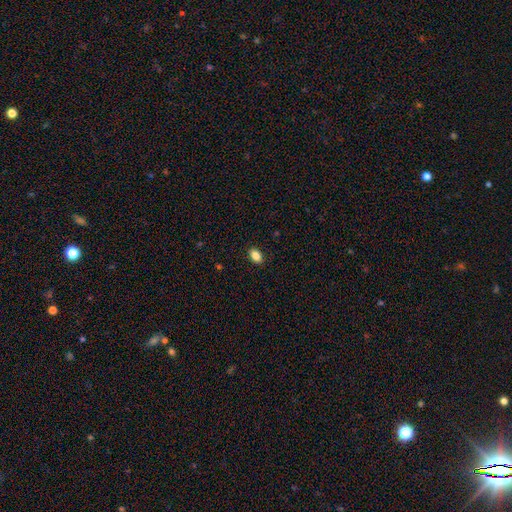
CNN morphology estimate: A smooth galaxy with no disk features (86%) that is in between round and cigar-shaped (84%). Merging: none (89%).